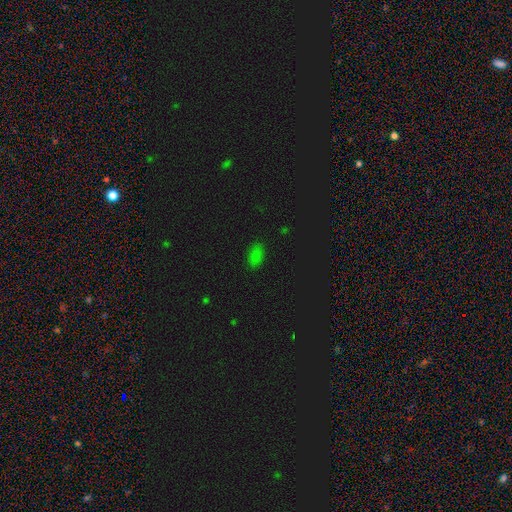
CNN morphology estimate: A smooth galaxy with no disk features (76%) that is in between round and cigar-shaped (90%). Merging: none (84%).